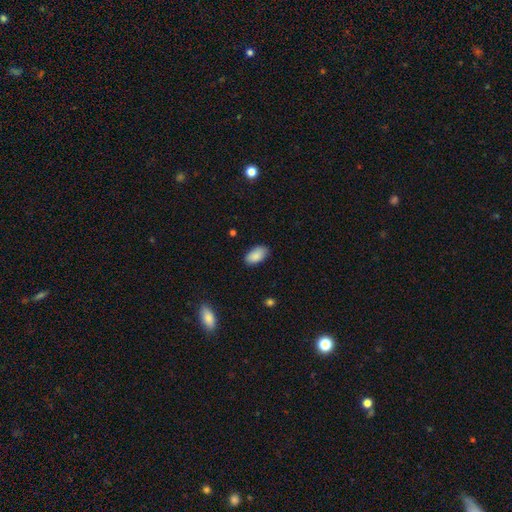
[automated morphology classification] This is clearly a smooth galaxy (89%). How rounded: clearly in between (94%). Merging: clearly none (84%).